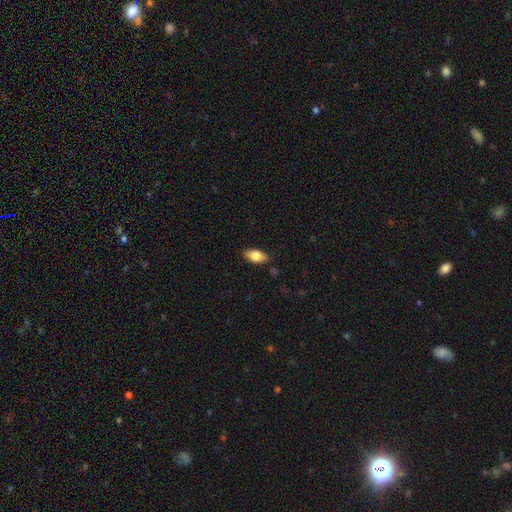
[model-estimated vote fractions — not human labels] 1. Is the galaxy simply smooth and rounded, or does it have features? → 81% smooth, 12% featured or disk, 7% star or artifact.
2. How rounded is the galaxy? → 91% in between, 5% cigar-shaped, 4% round.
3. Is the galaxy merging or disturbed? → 85% none, 11% minor disturbance, 2% major disturbance, 1% merger.